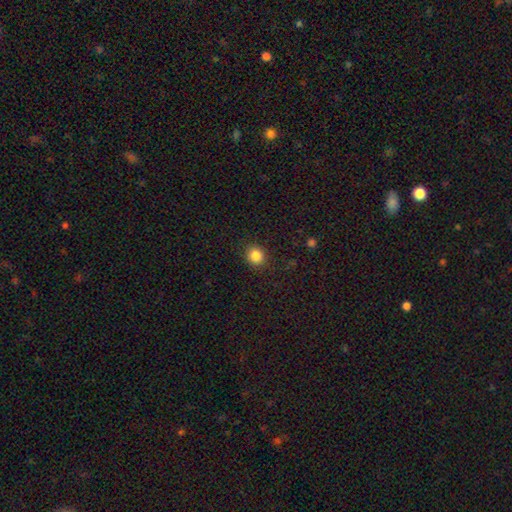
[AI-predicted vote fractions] Morphology: type=smooth (86%); roundness=round (80%); merging=none (89%).